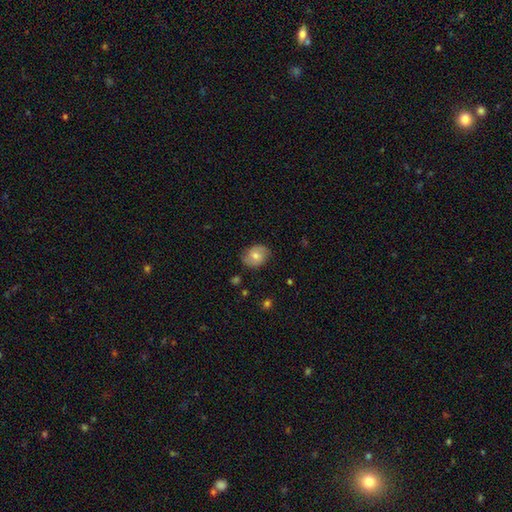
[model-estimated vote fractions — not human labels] This appears to be a smooth galaxy with no disk features (58%) that is in between round and cigar-shaped (56%). Merging: none (78%).